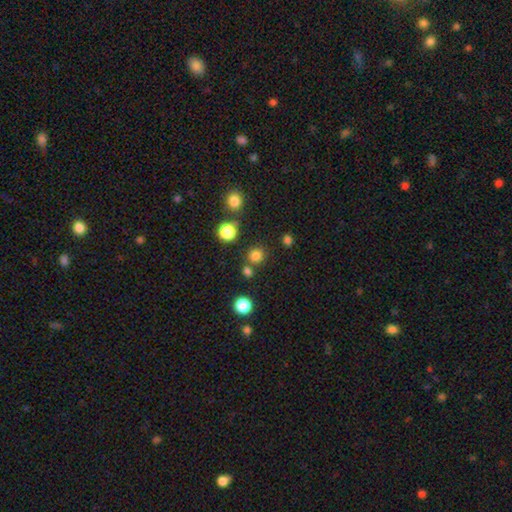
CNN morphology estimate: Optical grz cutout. It shows a smooth galaxy with no disk features (78%) that is round (91%). Merging: none (78%).